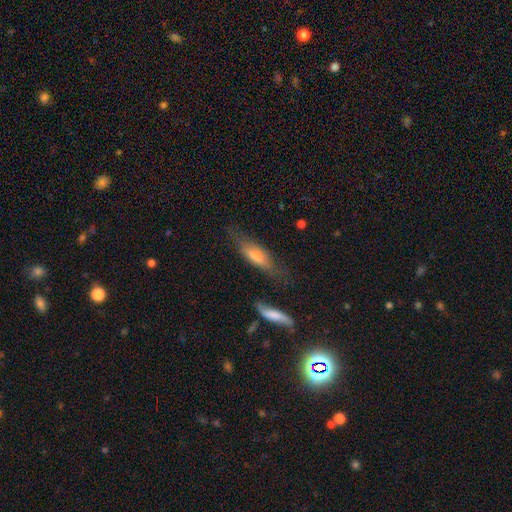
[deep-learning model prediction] Smooth or featured?
  - smooth: 57% *
  - featured or disk: 35%
  - star or artifact: 8%
How rounded?
  - cigar-shaped: 57% *
  - in between: 40%
  - round: 2%
Merging?
  - none: 64% *
  - minor disturbance: 21%
  - major disturbance: 10%
  - merger: 6%